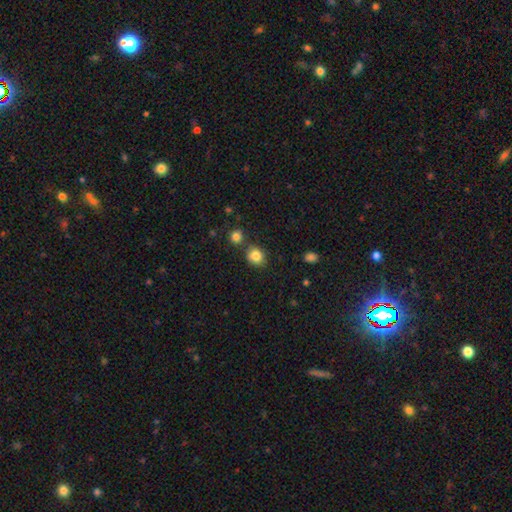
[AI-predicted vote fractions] Overall: smooth (83%). How rounded: round (72%). Merging: none (73%).